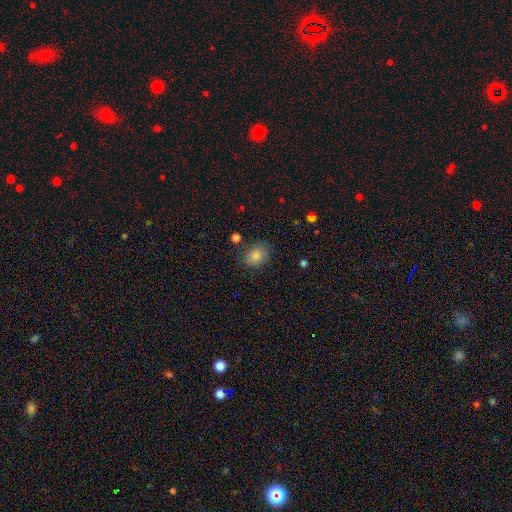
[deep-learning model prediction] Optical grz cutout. It shows a smooth galaxy with no disk features (80%) that is round (58%). Merging: none (81%).